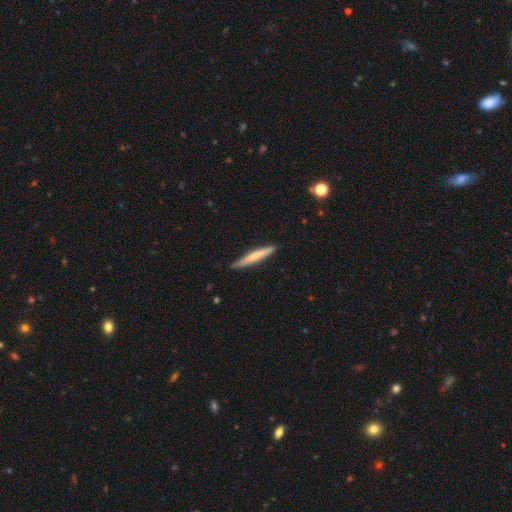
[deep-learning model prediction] Q: Smooth or featured?
A: smooth (61%); runner-up: featured or disk (34%)
Q: How rounded?
A: cigar-shaped (94%); runner-up: in between (4%)
Q: Merging?
A: none (87%); runner-up: minor disturbance (10%)